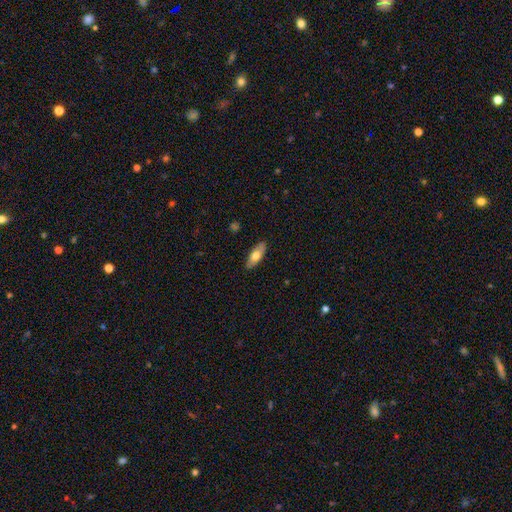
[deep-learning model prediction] smooth_or_featured: smooth (p=0.67) [alt: featured or disk p=0.27]
how_rounded: in between (p=0.70) [alt: cigar-shaped p=0.28]
merging: none (p=0.87) [alt: minor disturbance p=0.10]